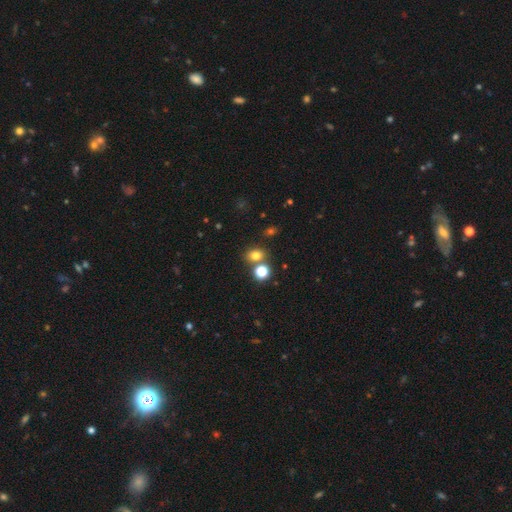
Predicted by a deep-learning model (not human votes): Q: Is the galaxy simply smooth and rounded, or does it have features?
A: smooth — 74%.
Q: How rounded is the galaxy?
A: round — 54%.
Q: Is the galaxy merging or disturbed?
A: none — 67%.